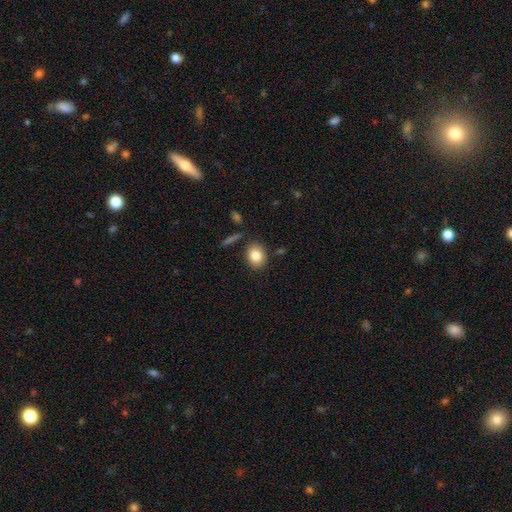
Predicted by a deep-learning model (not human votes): Smooth or featured? smooth (82%)
How rounded? in between (51%)
Merging? none (83%)